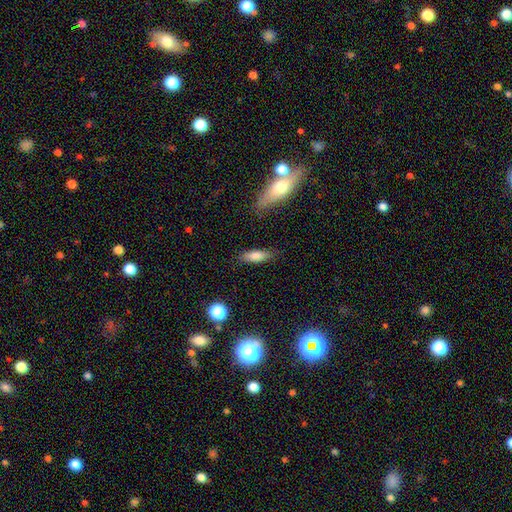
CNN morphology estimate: type=smooth (80%); roundness=in between (56%); merging=none (79%).